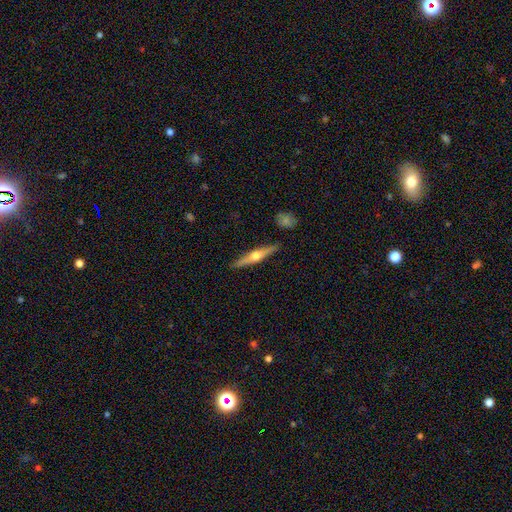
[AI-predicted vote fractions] Smooth or featured: featured or disk — 65% (smooth — 30%)
Edge-on disk: yes — 97% (no — 3%)
Edge-on bulge: rounded — 94% (none — 4%)
Merging: none — 89% (minor disturbance — 8%)